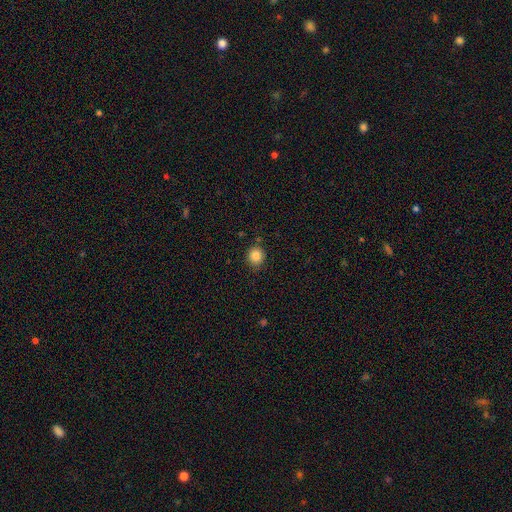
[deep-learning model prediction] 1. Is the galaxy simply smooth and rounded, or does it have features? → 85% smooth, 10% star or artifact, 4% featured or disk.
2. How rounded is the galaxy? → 85% round, 14% in between, 1% cigar-shaped.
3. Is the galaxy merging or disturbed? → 84% none, 11% minor disturbance, 3% merger, 3% major disturbance.